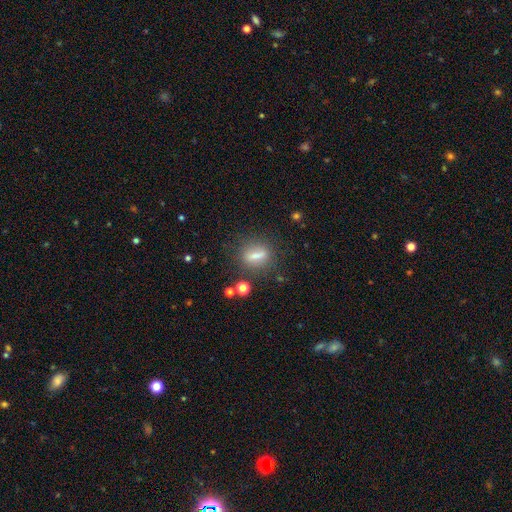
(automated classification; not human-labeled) Smooth or featured: smooth — 53% (featured or disk — 33%)
How rounded: cigar-shaped — 42% (in between — 38%)
Merging: none — 79% (minor disturbance — 11%)